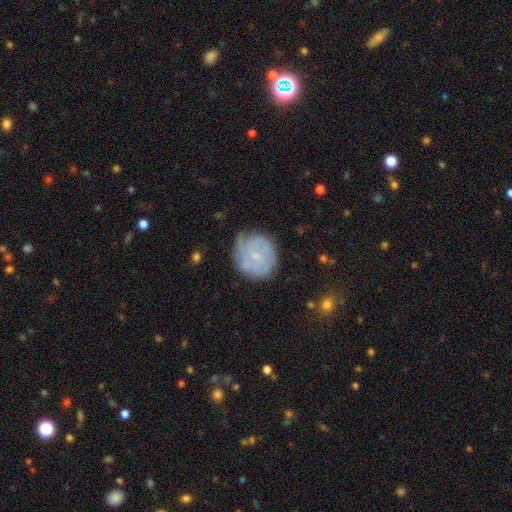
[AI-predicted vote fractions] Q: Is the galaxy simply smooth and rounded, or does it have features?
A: featured or disk — 60%.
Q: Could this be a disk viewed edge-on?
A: no — 97%.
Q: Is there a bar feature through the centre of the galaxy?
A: no — 74%.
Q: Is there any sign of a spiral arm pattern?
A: yes — 77%.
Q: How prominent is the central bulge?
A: small — 78%.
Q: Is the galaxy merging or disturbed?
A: none — 67%.